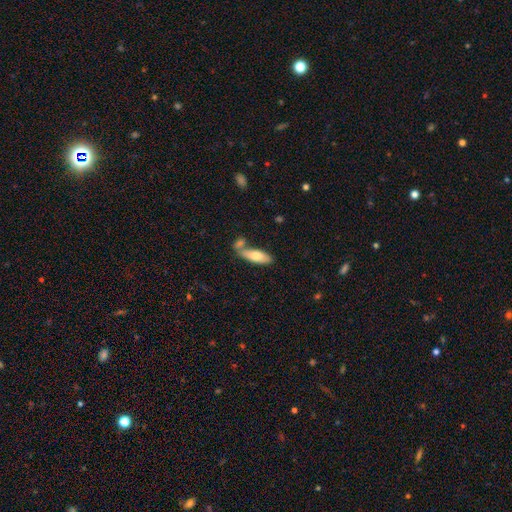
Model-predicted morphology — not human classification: smooth 72%, featured or disk 22%, star or artifact 6%. Down the decision tree: how rounded — in between (61%); merging — none (51%).